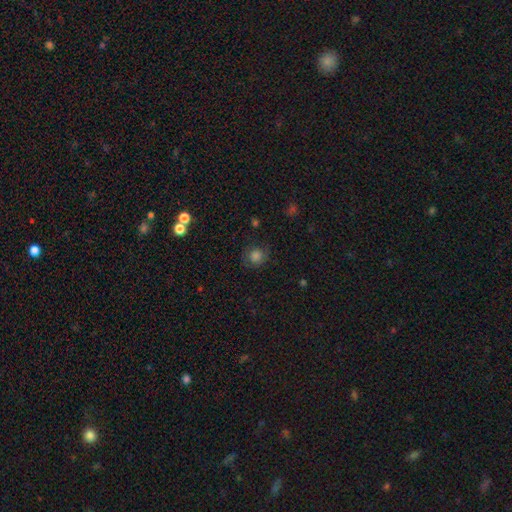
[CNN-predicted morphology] type=smooth (77%); roundness=round (86%); merging=none (76%).